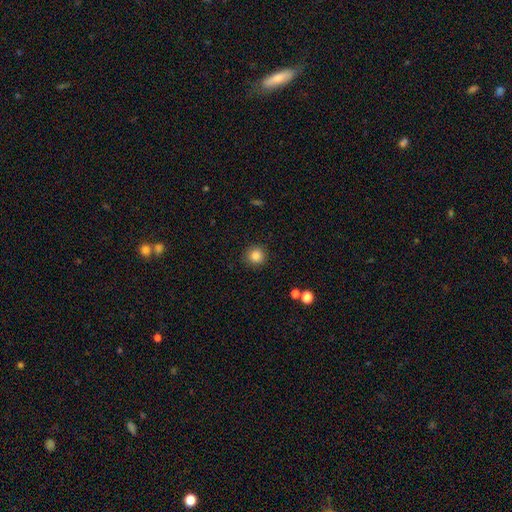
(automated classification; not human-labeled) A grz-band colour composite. It shows a smooth galaxy with no disk features (85%) that is round (93%). Merging: none (91%).